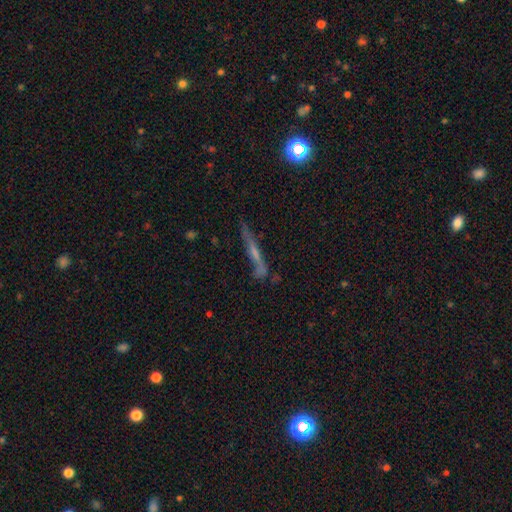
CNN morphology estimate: This is possibly a featured or disk galaxy (54%). It is clearly viewed edge-on (86%). Merging: likely none (63%).